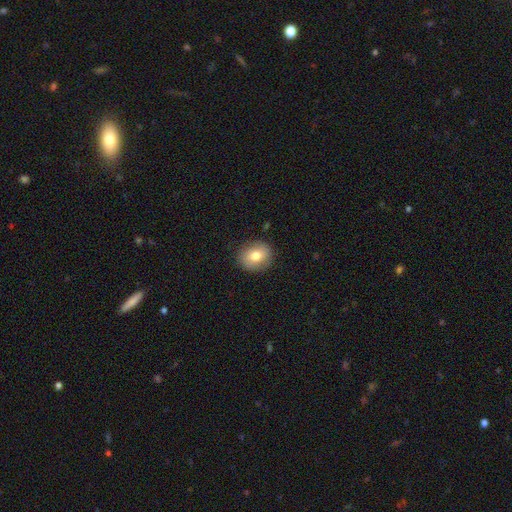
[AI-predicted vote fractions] Morphology: type=smooth (77%); roundness=round (68%); merging=none (87%).